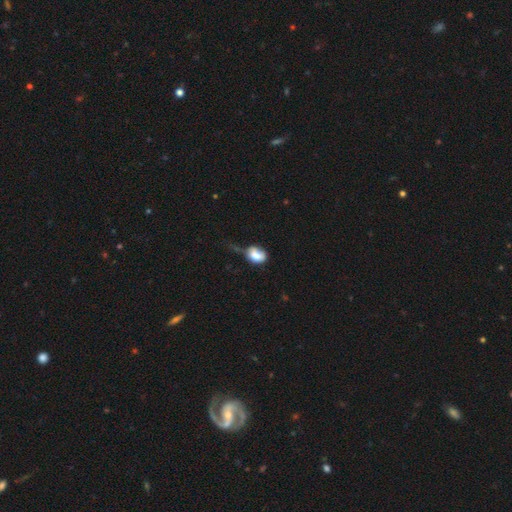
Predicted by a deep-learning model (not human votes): A smooth galaxy with no disk features (75%) that is in between round and cigar-shaped (69%).

Vote fractions:
- Smooth or featured? smooth: 75% / featured or disk: 16% / star or artifact: 9%
- How rounded? in between: 69% / round: 29% / cigar-shaped: 1%
- Merging? minor disturbance: 35% / none: 28% / major disturbance: 24% / merger: 13%